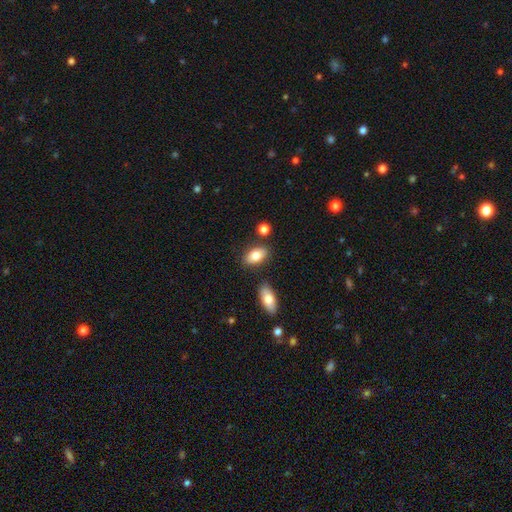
This appears to be a smooth galaxy with no disk features (66%) that is in between round and cigar-shaped (100%). Merging: none (76%).